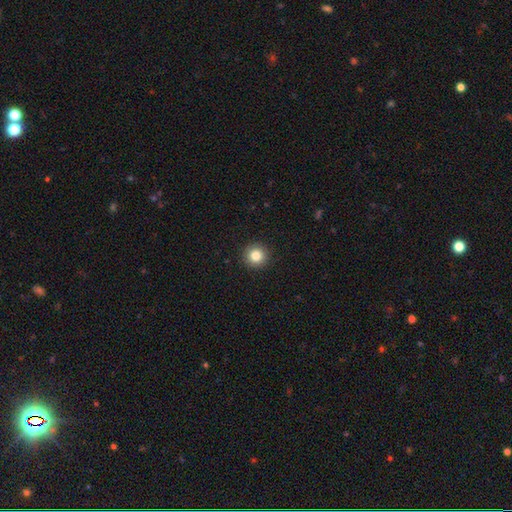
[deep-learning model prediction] smooth_or_featured: smooth (p=0.83) [alt: star or artifact p=0.11]
how_rounded: round (p=0.95) [alt: in between p=0.04]
merging: none (p=0.93) [alt: minor disturbance p=0.04]